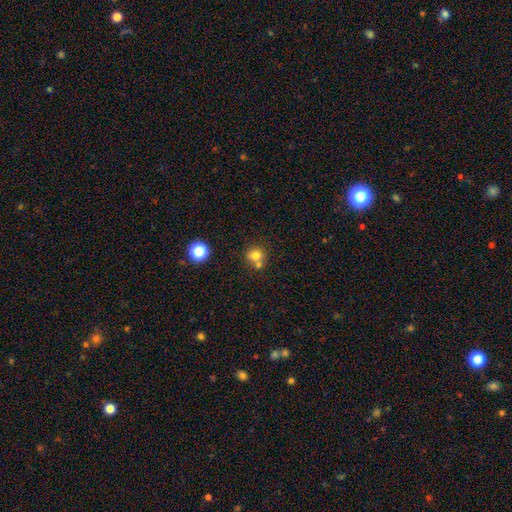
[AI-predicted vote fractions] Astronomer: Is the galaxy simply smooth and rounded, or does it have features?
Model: smooth — 75%.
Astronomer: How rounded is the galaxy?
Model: round — 84%.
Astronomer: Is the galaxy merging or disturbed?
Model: none — 54% (runner-up: merger, 34%).